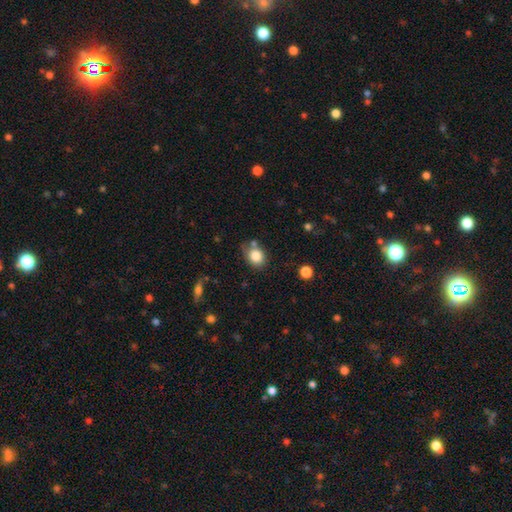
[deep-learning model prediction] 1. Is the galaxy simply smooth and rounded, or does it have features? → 83% smooth, 10% star or artifact, 7% featured or disk.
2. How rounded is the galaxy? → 57% round, 42% in between, 1% cigar-shaped.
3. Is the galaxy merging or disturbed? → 63% none, 20% minor disturbance, 12% merger, 5% major disturbance.